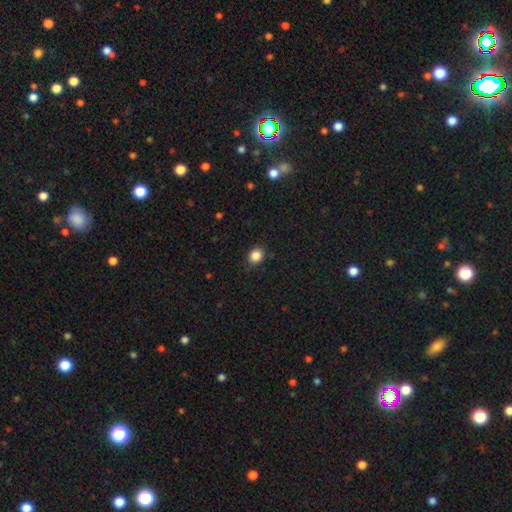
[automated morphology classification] Q: Smooth or featured?
A: smooth (85%); runner-up: star or artifact (11%)
Q: How rounded?
A: round (75%); runner-up: in between (24%)
Q: Merging?
A: none (86%); runner-up: minor disturbance (10%)